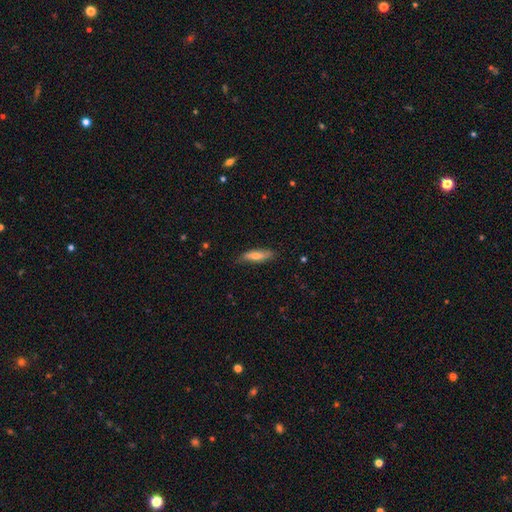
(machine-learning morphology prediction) This appears to be a smooth galaxy with no disk features (66%) that is cigar-shaped (64%). Merging: none (77%).